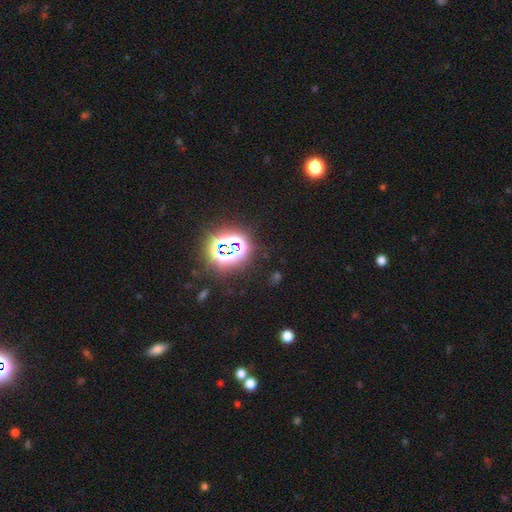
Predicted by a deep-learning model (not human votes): Overall: star or artifact (83%).